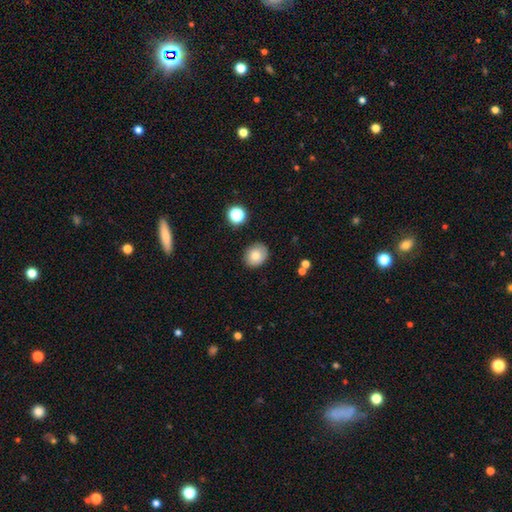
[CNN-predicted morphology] smooth-or-featured: smooth: 79% | featured or disk: 11% | star or artifact: 10%
  how-rounded: round: 63% | in between: 36% | cigar-shaped: 1%
  merging: none: 84% | minor disturbance: 11% | major disturbance: 3% | merger: 2%